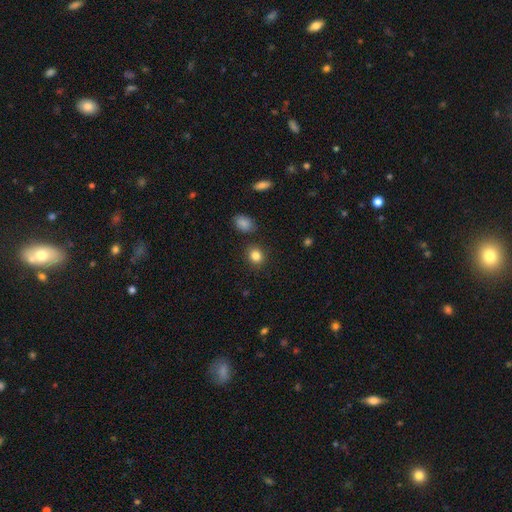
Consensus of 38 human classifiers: This is clearly a smooth galaxy (92%). How rounded: likely round (77%). Merging: clearly none (89%).